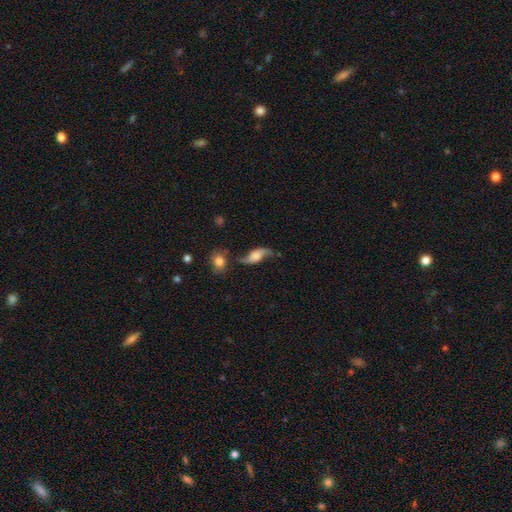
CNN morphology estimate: Smooth or featured?
  - featured or disk: 71% *
  - smooth: 21%
  - star or artifact: 8%
Edge-on disk?
  - no: 88% *
  - yes: 12%
Bar?
  - no: 62% *
  - weak: 29%
  - strong: 9%
Spiral arms?
  - yes: 93% *
  - no: 7%
Spiral winding?
  - loose: 87% *
  - medium: 10%
  - tight: 3%
Spiral arm count?
  - 2: 92% *
  - 1: 3%
  - can't tell: 2%
  - 3: 1%
  - 4: 1%
  - more than 4: 1%
Bulge size?
  - large: 30% *
  - moderate: 26%
  - none: 20%
  - small: 17%
  - dominant: 8%
Merging?
  - none: 62% *
  - minor disturbance: 20%
  - major disturbance: 10%
  - merger: 8%